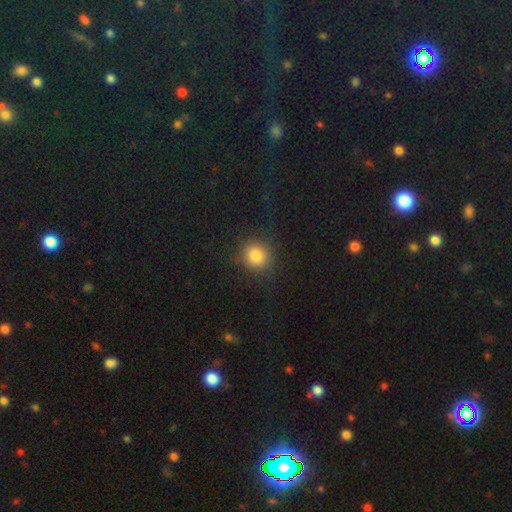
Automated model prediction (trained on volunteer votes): A smooth galaxy with no disk features (83%) that is round (83%).

Vote fractions:
- Smooth or featured? smooth: 83% / star or artifact: 11% / featured or disk: 5%
- How rounded? round: 83% / in between: 16% / cigar-shaped: 1%
- Merging? none: 84% / minor disturbance: 10% / major disturbance: 4% / merger: 1%